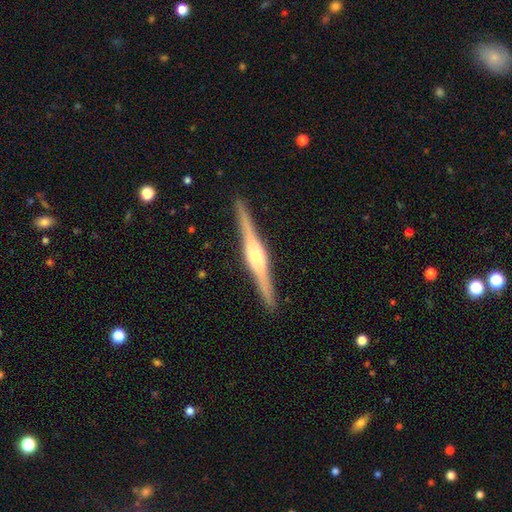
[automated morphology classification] Q: Smooth or featured?
A: featured or disk (80%); runner-up: smooth (15%)
Q: Edge-on disk?
A: yes (98%); runner-up: no (2%)
Q: Edge-on bulge?
A: rounded (81%); runner-up: boxy (14%)
Q: Merging?
A: none (89%); runner-up: minor disturbance (8%)